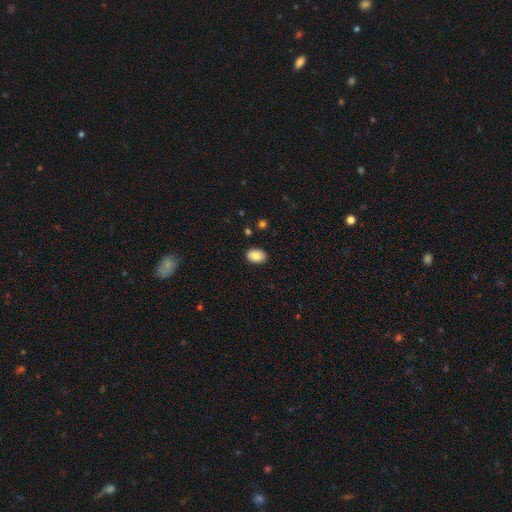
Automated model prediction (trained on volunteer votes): Smooth or featured: smooth — 87% (star or artifact — 7%)
How rounded: in between — 85% (round — 14%)
Merging: none — 88% (minor disturbance — 8%)